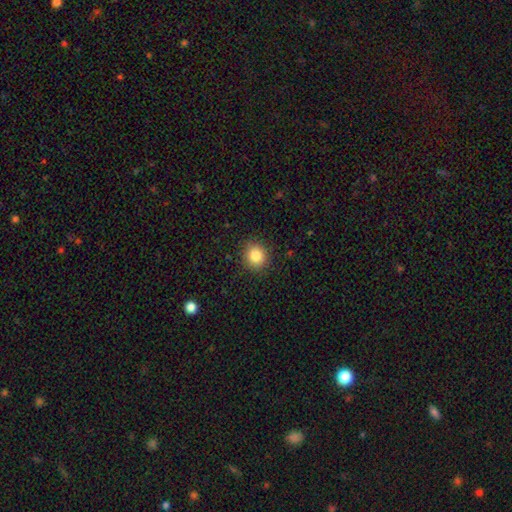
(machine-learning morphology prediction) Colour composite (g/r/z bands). It shows a smooth galaxy with no disk features (84%) that is round (86%). Merging: none (90%).